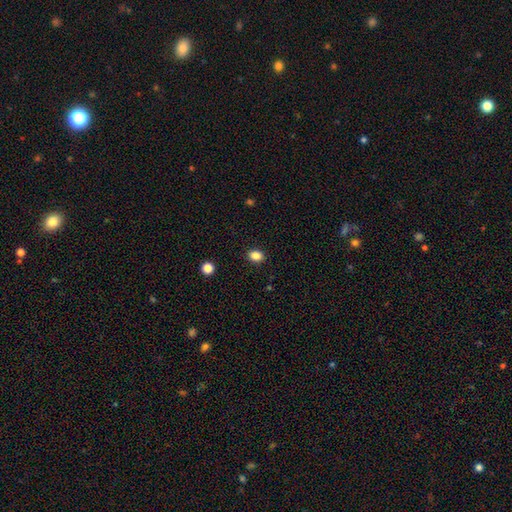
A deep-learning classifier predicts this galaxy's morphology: type=smooth (85%); roundness=in between (63%); merging=none (90%).